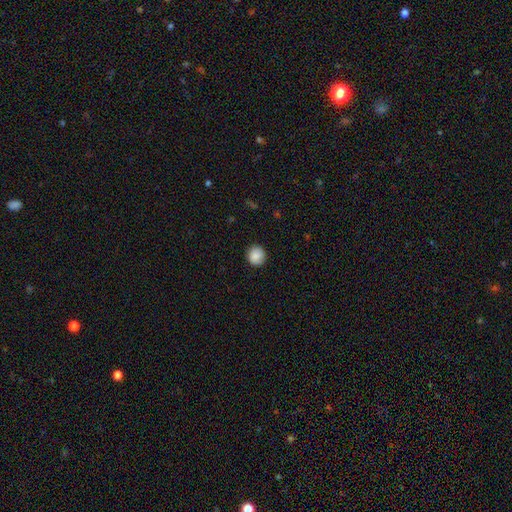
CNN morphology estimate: Smooth or featured? Predicted: smooth (p=0.88). How rounded? Predicted: round (p=0.89). Merging? Predicted: none (p=0.90).